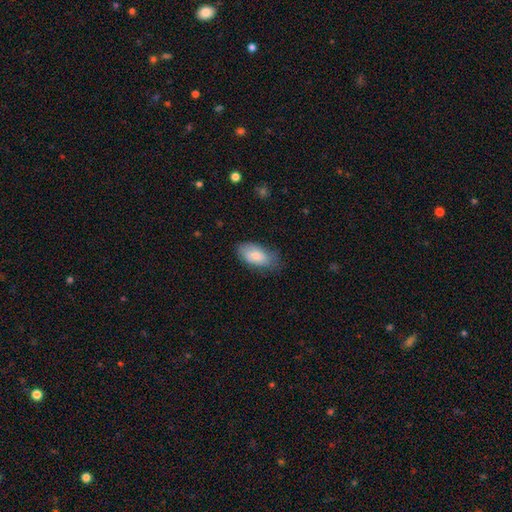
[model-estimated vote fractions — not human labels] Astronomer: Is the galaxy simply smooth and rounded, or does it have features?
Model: smooth — 75%.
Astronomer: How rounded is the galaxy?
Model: in between — 92%.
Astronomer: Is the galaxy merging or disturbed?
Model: none — 69%.